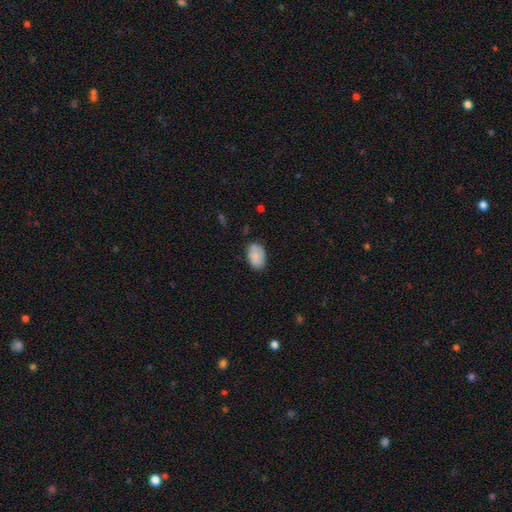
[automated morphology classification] smooth_or_featured: smooth (p=0.83) [alt: featured or disk p=0.10]
how_rounded: in between (p=0.89) [alt: round p=0.10]
merging: none (p=0.74) [alt: minor disturbance p=0.20]